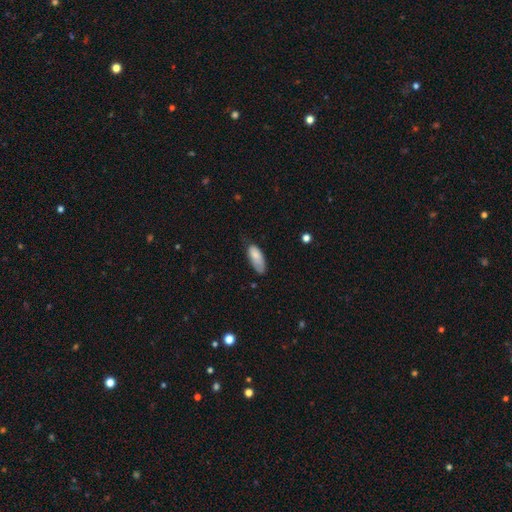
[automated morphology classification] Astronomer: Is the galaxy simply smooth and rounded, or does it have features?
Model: smooth — 83%.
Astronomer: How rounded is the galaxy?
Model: in between — 81%.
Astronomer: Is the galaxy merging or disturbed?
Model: none — 49% (runner-up: minor disturbance, 38%).